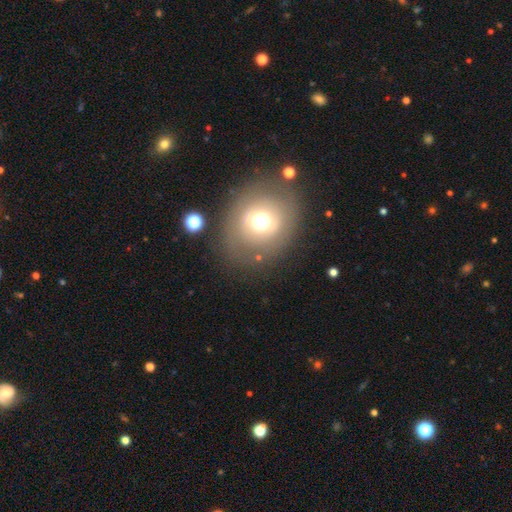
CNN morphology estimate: Smooth or featured: smooth — 49% (featured or disk — 35%)
Merging: none — 79% (minor disturbance — 12%)